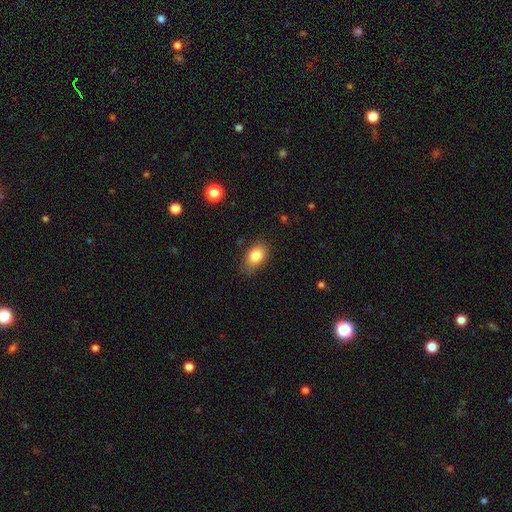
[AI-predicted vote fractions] Smooth or featured? smooth (83%)
How rounded? in between (81%)
Merging? none (72%)